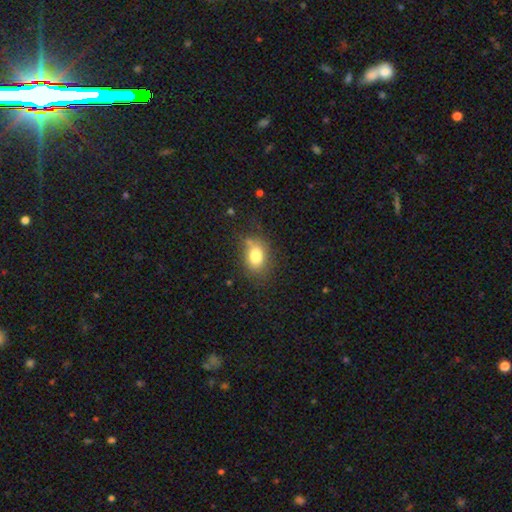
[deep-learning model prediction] Smooth or featured? Predicted: smooth (p=0.81). How rounded? Predicted: in between (p=0.73). Merging? Predicted: none (p=0.70).